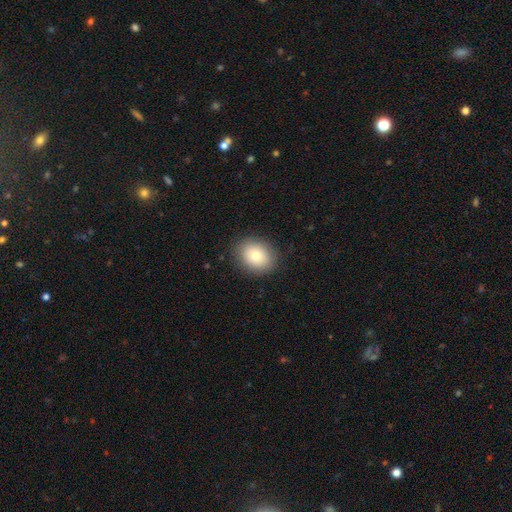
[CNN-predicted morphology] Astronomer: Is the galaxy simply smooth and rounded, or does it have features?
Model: smooth — 79%.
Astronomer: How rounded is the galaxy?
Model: round — 55% (runner-up: in between, 45%).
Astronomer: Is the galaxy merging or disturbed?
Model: none — 87%.